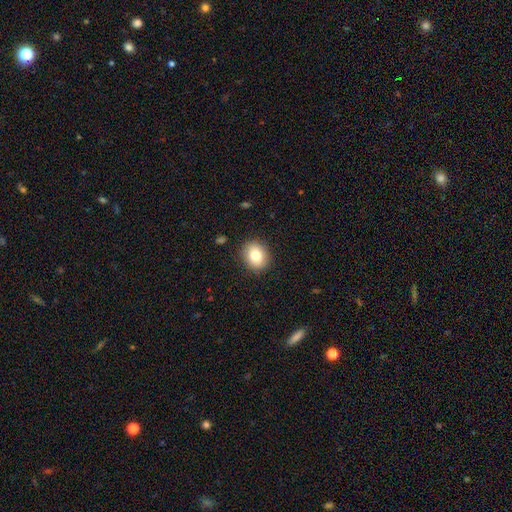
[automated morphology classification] smooth 80%, featured or disk 10%, star or artifact 9%. Down the decision tree: how rounded — round (59%); merging — none (89%).